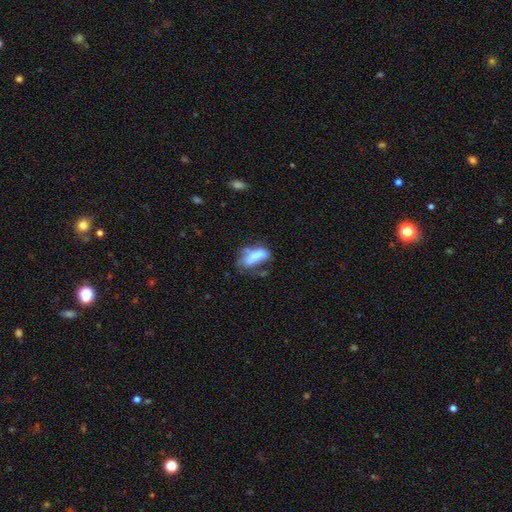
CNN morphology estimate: smooth-or-featured: smooth: 69% | featured or disk: 21% | star or artifact: 10%
  how-rounded: in between: 68% | cigar-shaped: 29% | round: 3%
  merging: none: 30% | minor disturbance: 28% | major disturbance: 27% | merger: 15%